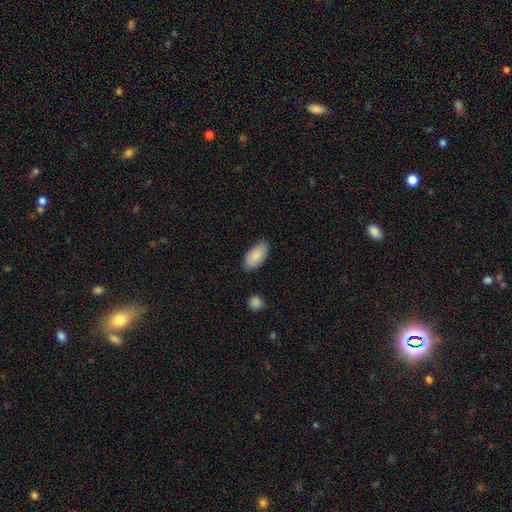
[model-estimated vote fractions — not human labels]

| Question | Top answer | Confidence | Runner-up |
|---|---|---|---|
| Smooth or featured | smooth | 86% | featured or disk (8%) |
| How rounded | in between | 94% | cigar-shaped (4%) |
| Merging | none | 83% | minor disturbance (13%) |